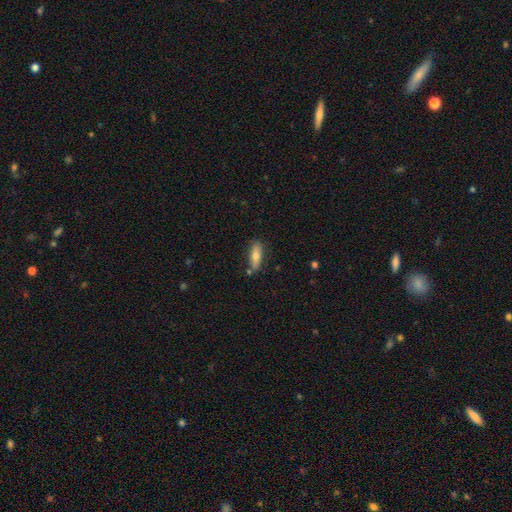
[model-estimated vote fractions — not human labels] smooth_or_featured: smooth (p=0.71) [alt: featured or disk p=0.22]
how_rounded: in between (p=0.54) [alt: cigar-shaped p=0.43]
merging: none (p=0.77) [alt: minor disturbance p=0.16]